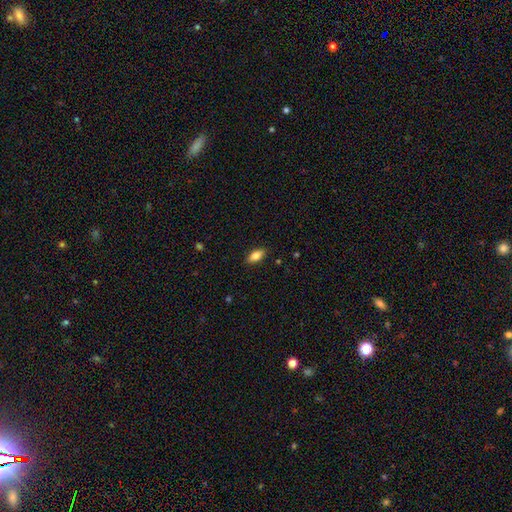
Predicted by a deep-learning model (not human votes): The model was most divided on "smooth or featured": smooth: 79%, featured or disk: 13%, star or artifact: 7%. More confident: merging — none (87%); how rounded — in between (85%).